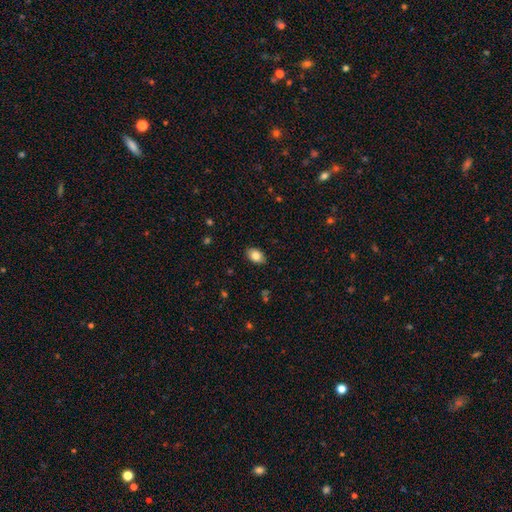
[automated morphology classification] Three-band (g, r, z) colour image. It shows a smooth galaxy with no disk features (83%) that is in between round and cigar-shaped (87%). Merging: none (87%).